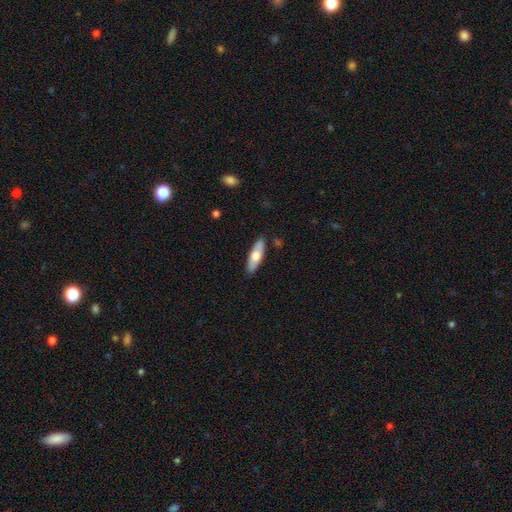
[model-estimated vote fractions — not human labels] smooth_or_featured: smooth (p=0.66) [alt: featured or disk p=0.29]
how_rounded: in between (p=0.55) [alt: cigar-shaped p=0.43]
merging: none (p=0.87) [alt: minor disturbance p=0.09]